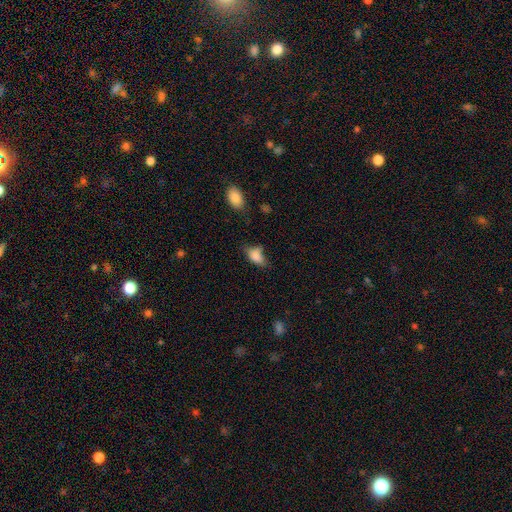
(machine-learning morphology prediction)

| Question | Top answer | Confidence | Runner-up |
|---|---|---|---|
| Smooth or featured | smooth | 81% | featured or disk (10%) |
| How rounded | in between | 87% | round (8%) |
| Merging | none | 46% | minor disturbance (36%) |